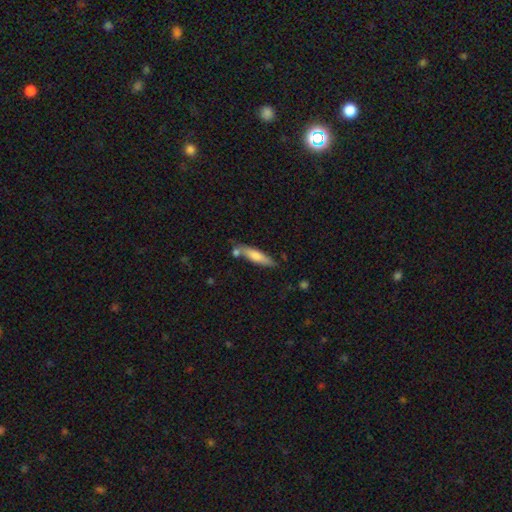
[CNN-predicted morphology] This appears to be a smooth galaxy with no disk features (71%) that is cigar-shaped (74%). Merging: none (66%).